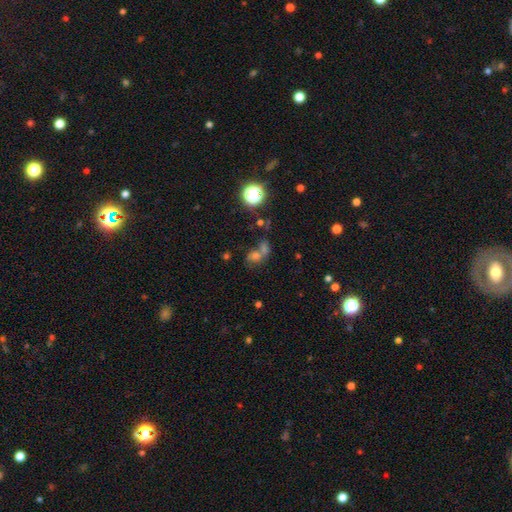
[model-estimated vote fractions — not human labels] Q: Smooth or featured?
A: smooth (55%); runner-up: star or artifact (28%)
Q: How rounded?
A: in between (51%); runner-up: round (47%)
Q: Merging?
A: merger (57%); runner-up: none (28%)